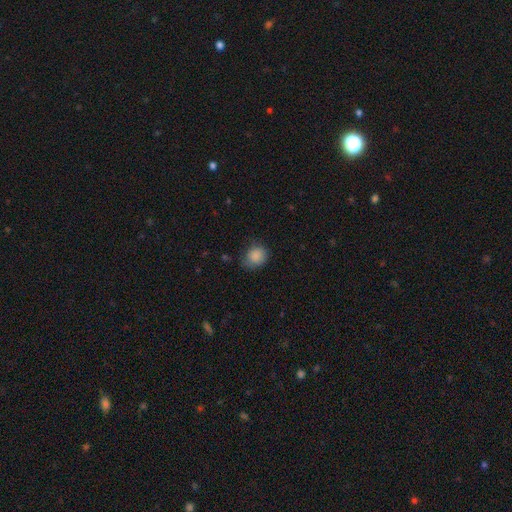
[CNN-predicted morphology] smooth 87%, star or artifact 9%, featured or disk 4%. Down the decision tree: how rounded — round (72%); merging — none (70%).